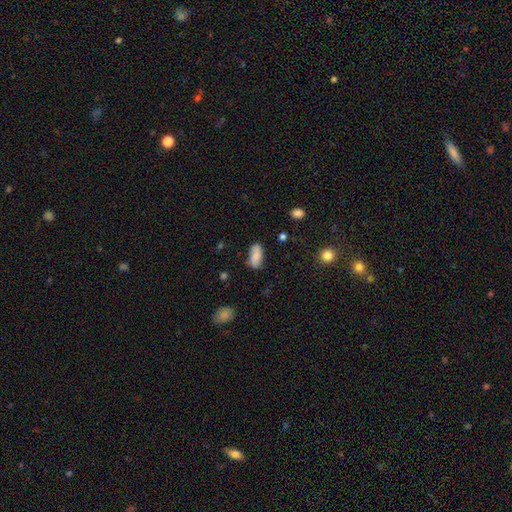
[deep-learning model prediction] smooth 82%, featured or disk 10%, star or artifact 8%. Down the decision tree: how rounded — in between (87%); merging — none (70%).